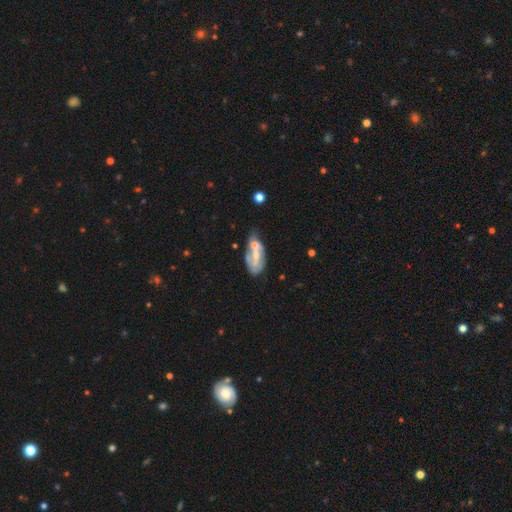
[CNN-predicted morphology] This is possibly a featured or disk galaxy (57%). It is clearly not viewed edge-on (91%). Bar: possibly no (51%). Spiral arm pattern: possibly no (59%). Central bulge: marginally small (45%). Merging: marginally none (32%).